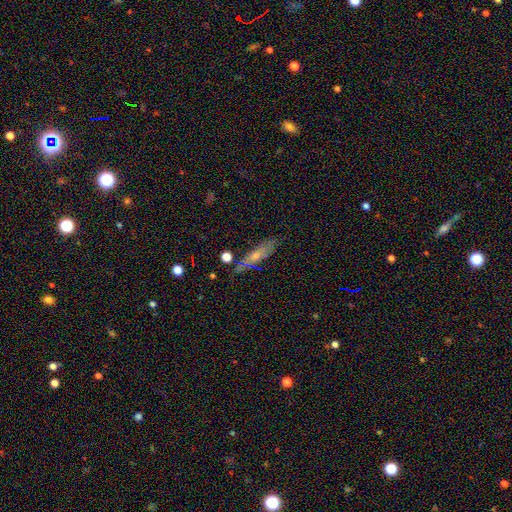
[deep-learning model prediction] Smooth or featured: featured or disk — 45% (smooth — 40%)
Merging: none — 70% (minor disturbance — 19%)